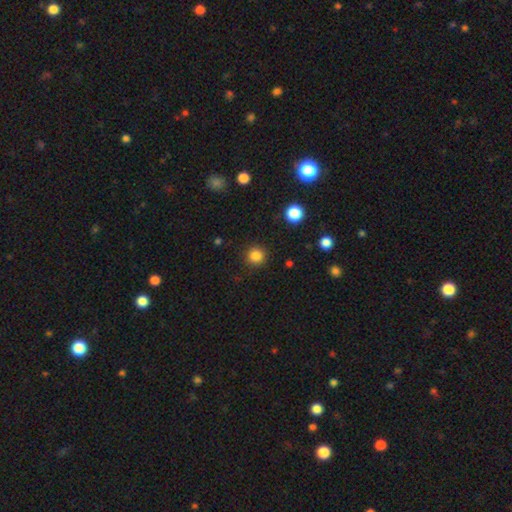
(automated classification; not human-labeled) Smooth or featured? smooth (84%)
How rounded? round (95%)
Merging? none (91%)